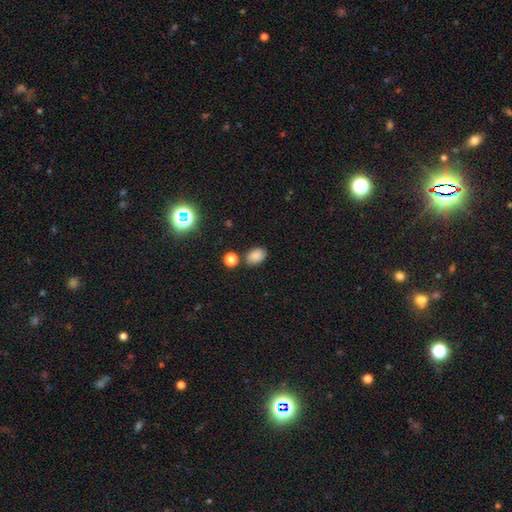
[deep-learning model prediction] Smooth or featured: smooth — 81% (star or artifact — 13%)
How rounded: in between — 84% (round — 15%)
Merging: none — 77% (minor disturbance — 13%)